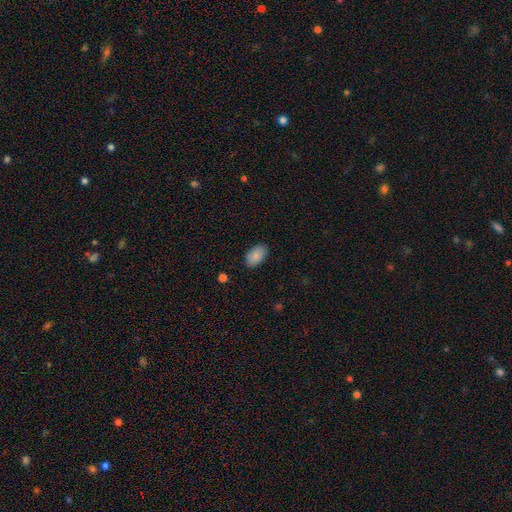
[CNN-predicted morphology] smooth-or-featured: smooth: 87% | star or artifact: 7% | featured or disk: 6%
  how-rounded: in between: 93% | round: 6% | cigar-shaped: 1%
  merging: none: 86% | minor disturbance: 10% | major disturbance: 2% | merger: 1%